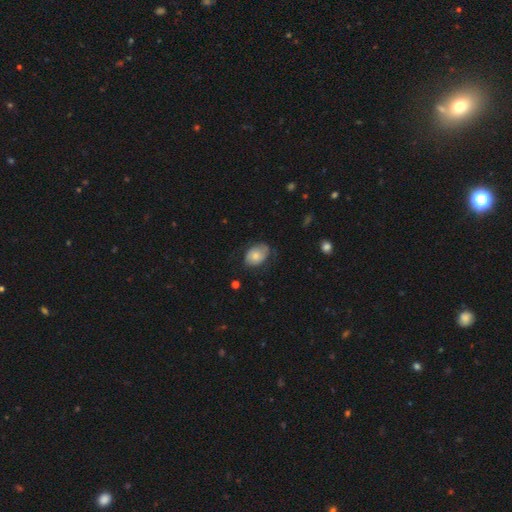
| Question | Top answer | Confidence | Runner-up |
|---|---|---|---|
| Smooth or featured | smooth | 76% | featured or disk (16%) |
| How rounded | in between | 90% | round (10%) |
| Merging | none | 60% | minor disturbance (29%) |